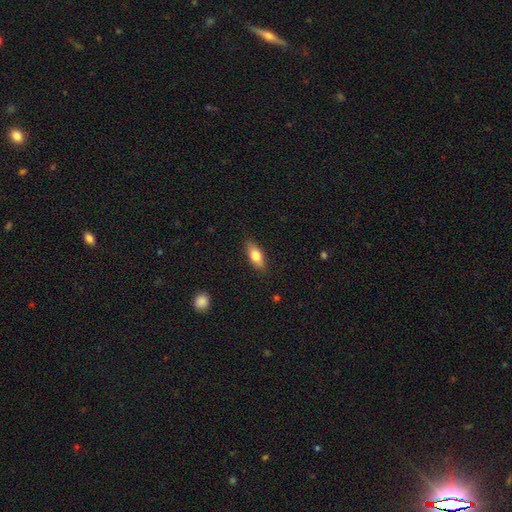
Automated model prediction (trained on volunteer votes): Smooth or featured? Predicted: smooth (p=0.73). How rounded? Predicted: in between (p=0.77). Merging? Predicted: none (p=0.86).